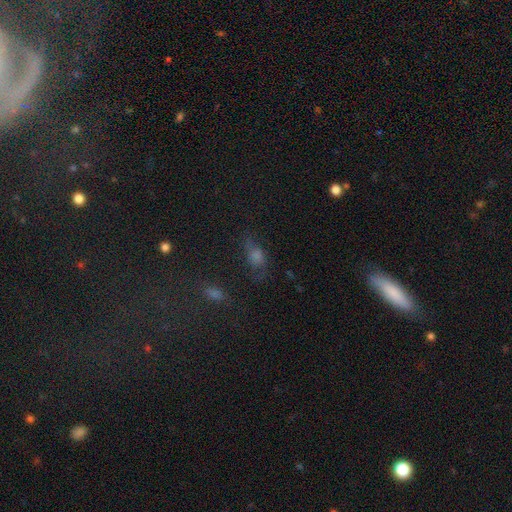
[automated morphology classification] smooth-or-featured: smooth: 44% | star or artifact: 32% | featured or disk: 24%
  merging: none: 54% | minor disturbance: 23% | major disturbance: 19% | merger: 4%